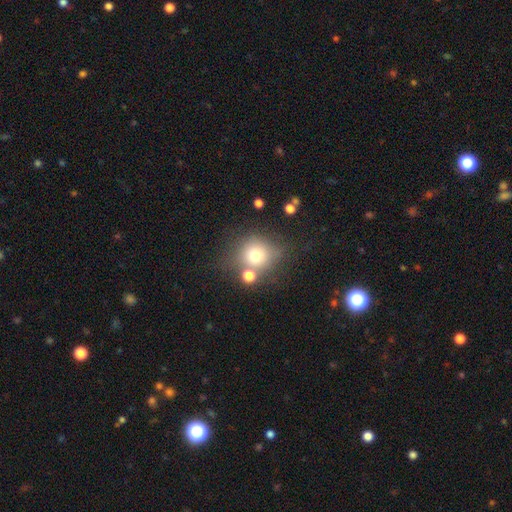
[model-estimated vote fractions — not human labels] Smooth or featured: smooth — 71% (star or artifact — 15%)
How rounded: round — 86% (in between — 13%)
Merging: none — 59% (merger — 20%)